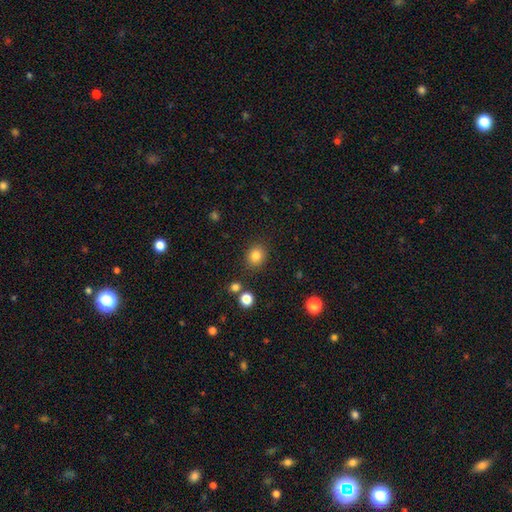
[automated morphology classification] Q: Smooth or featured?
A: smooth (83%); runner-up: star or artifact (12%)
Q: How rounded?
A: round (75%); runner-up: in between (25%)
Q: Merging?
A: none (86%); runner-up: minor disturbance (8%)